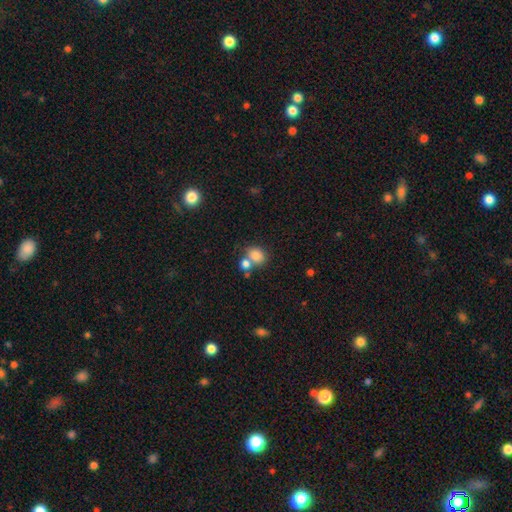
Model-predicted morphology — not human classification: Smooth or featured? Predicted: smooth (p=0.81). How rounded? Predicted: round (p=0.54). Merging? Predicted: none (p=0.47).